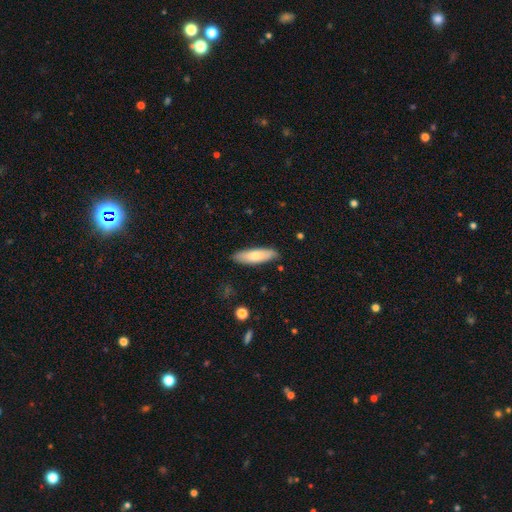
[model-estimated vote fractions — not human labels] smooth 75%, featured or disk 19%, star or artifact 5%. Down the decision tree: how rounded — cigar-shaped (56%); merging — none (86%).